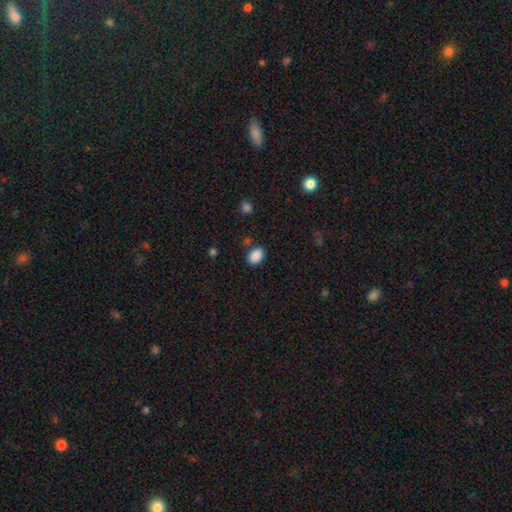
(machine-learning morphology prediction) This is clearly a smooth galaxy (89%). How rounded: likely in between (78%). Merging: clearly none (84%).